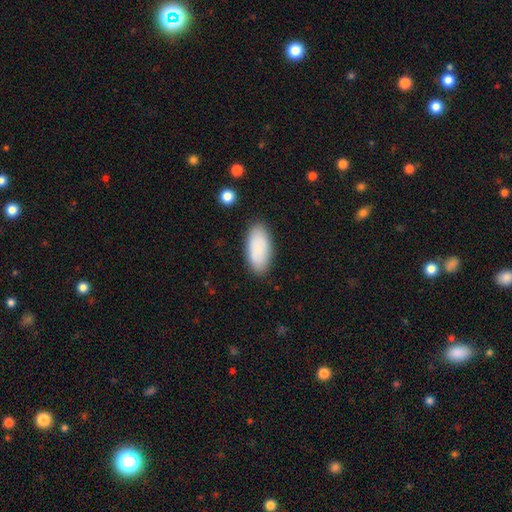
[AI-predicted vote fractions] Q: Smooth or featured?
A: smooth (81%); runner-up: featured or disk (12%)
Q: How rounded?
A: in between (92%); runner-up: cigar-shaped (6%)
Q: Merging?
A: none (83%); runner-up: minor disturbance (12%)